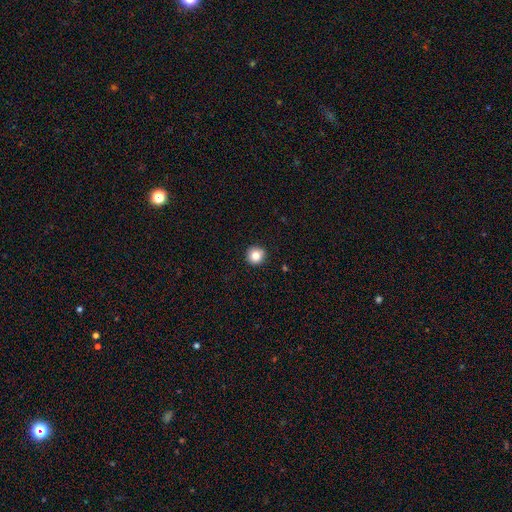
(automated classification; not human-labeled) Morphology: type=smooth (85%); roundness=round (95%); merging=none (91%).